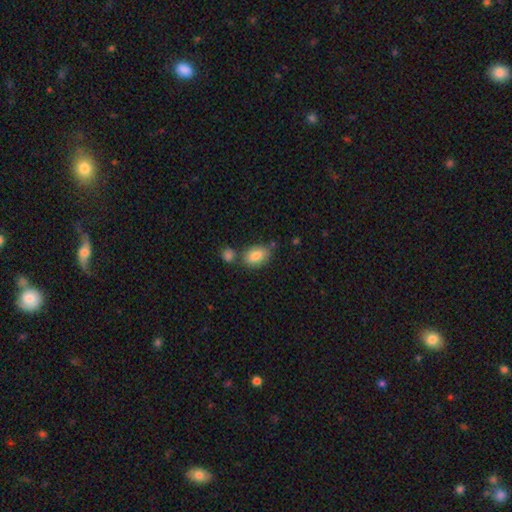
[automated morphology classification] type=smooth (84%); roundness=in between (88%); merging=none (63%).